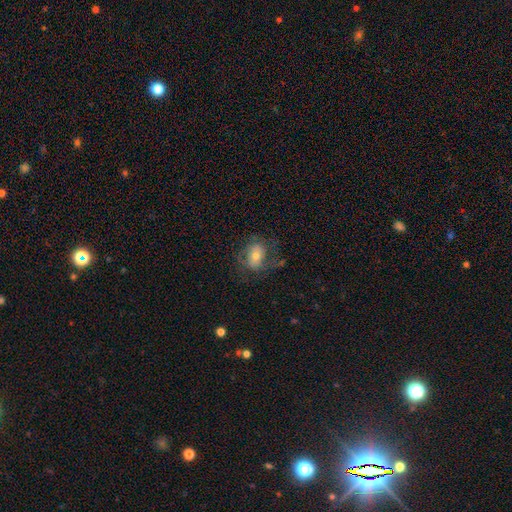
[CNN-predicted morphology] smooth 52%, featured or disk 38%, star or artifact 10%. Down the decision tree: how rounded — in between (62%); merging — none (58%).